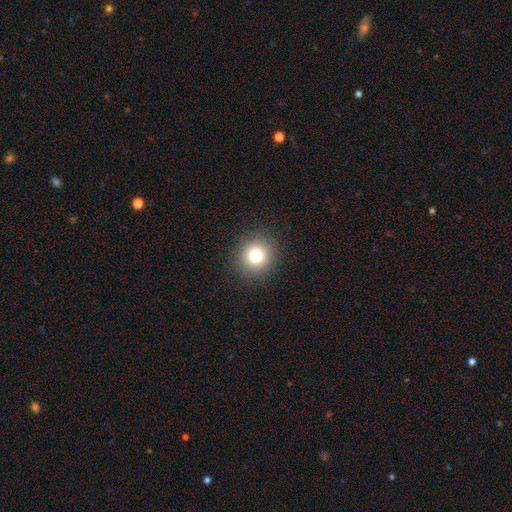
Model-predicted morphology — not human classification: smooth_or_featured: smooth (p=0.78) [alt: star or artifact p=0.13]
how_rounded: round (p=0.88) [alt: in between p=0.11]
merging: none (p=0.90) [alt: minor disturbance p=0.06]